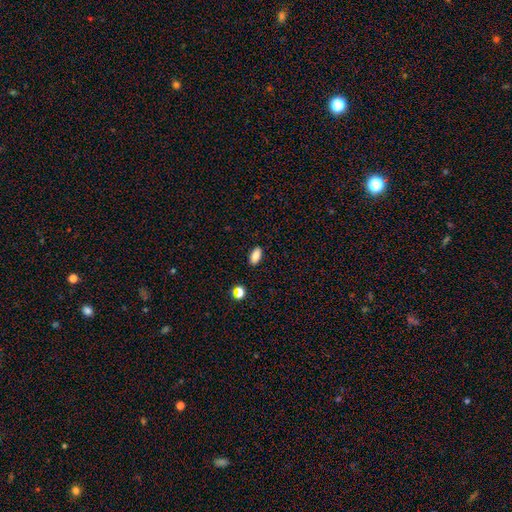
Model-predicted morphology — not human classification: Smooth or featured? smooth (85%)
How rounded? in between (88%)
Merging? none (88%)